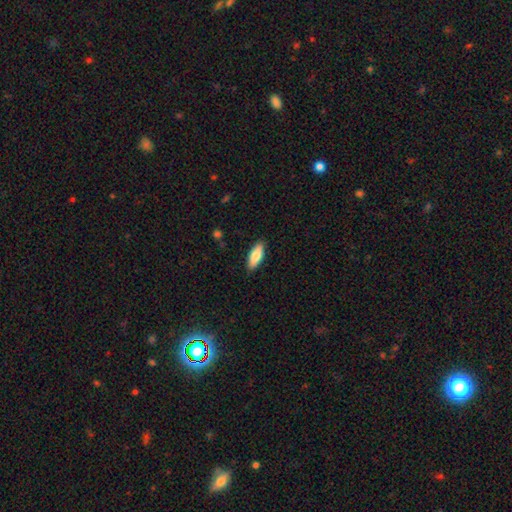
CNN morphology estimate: Smooth or featured?
  - smooth: 79% *
  - featured or disk: 15%
  - star or artifact: 6%
How rounded?
  - in between: 70% *
  - cigar-shaped: 28%
  - round: 2%
Merging?
  - none: 88% *
  - minor disturbance: 9%
  - major disturbance: 2%
  - merger: 1%